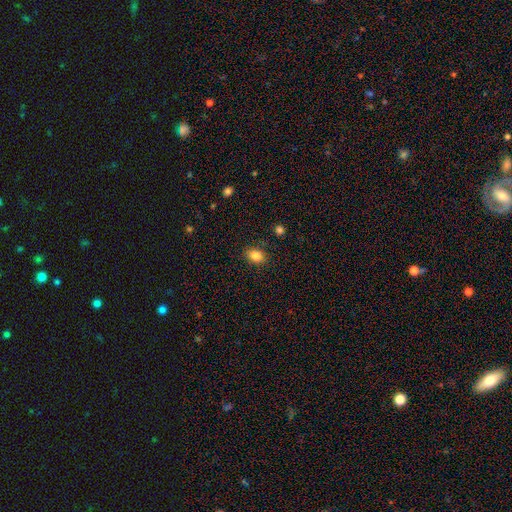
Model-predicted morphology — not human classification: smooth_or_featured: smooth (p=0.85) [alt: star or artifact p=0.10]
how_rounded: in between (p=0.74) [alt: round p=0.25]
merging: none (p=0.85) [alt: minor disturbance p=0.11]